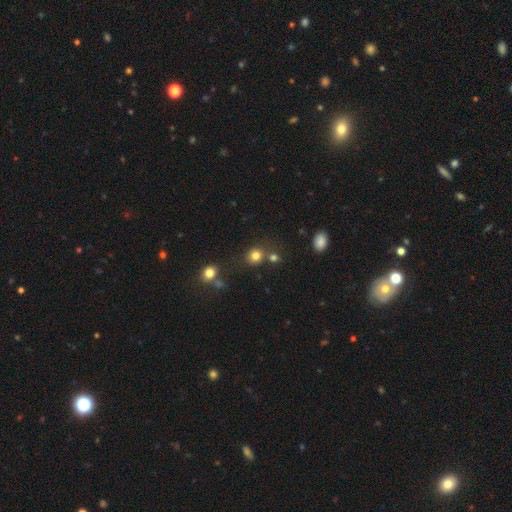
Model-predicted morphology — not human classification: type=smooth (79%); roundness=round (81%); merging=none (69%).